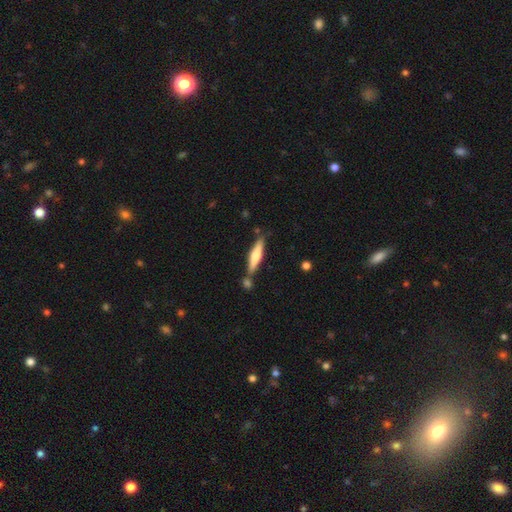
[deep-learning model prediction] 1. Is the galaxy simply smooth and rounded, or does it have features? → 51% smooth, 44% featured or disk, 6% star or artifact.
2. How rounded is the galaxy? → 82% cigar-shaped, 17% in between, 2% round.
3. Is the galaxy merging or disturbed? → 72% none, 13% minor disturbance, 12% merger, 3% major disturbance.